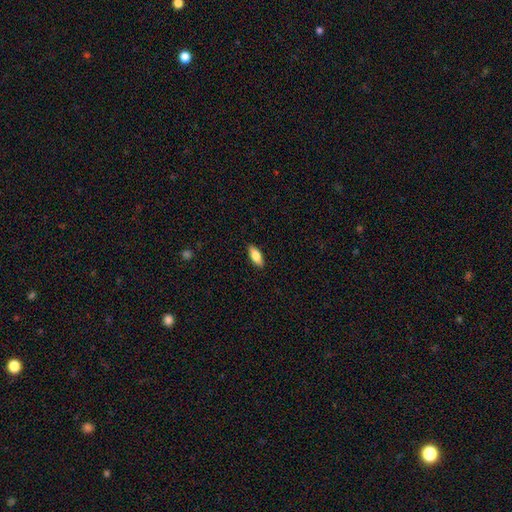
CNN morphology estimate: Smooth or featured? smooth (78%)
How rounded? in between (75%)
Merging? none (89%)